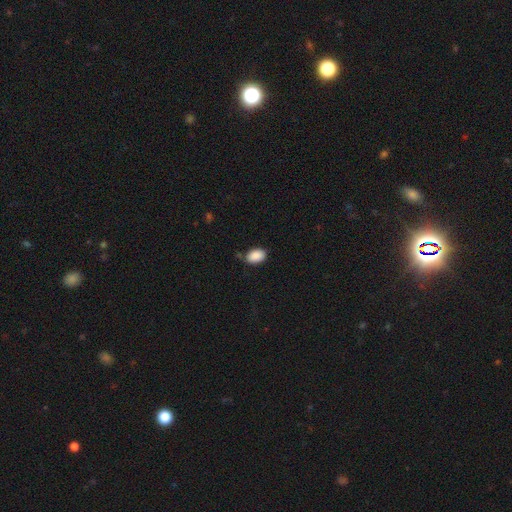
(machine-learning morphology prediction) This is clearly a smooth galaxy (90%). How rounded: clearly in between (88%). Merging: likely none (77%).